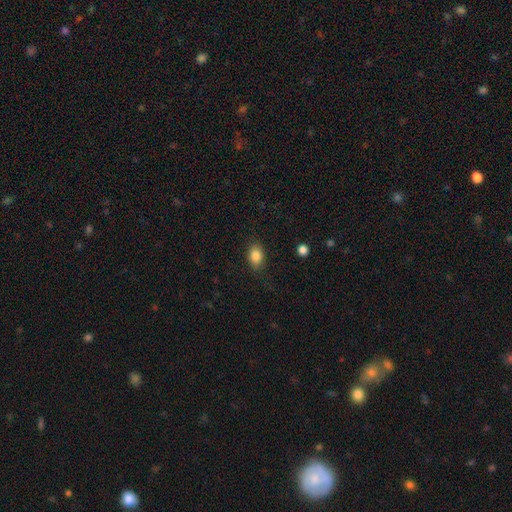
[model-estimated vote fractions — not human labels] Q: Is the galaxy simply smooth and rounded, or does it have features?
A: smooth — 86%.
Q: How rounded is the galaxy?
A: in between — 74%.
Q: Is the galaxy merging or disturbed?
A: none — 82%.